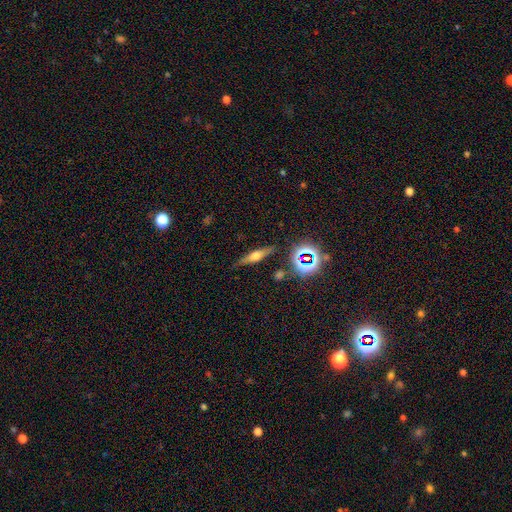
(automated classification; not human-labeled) Smooth or featured: featured or disk — 51% (smooth — 34%)
Edge-on disk: yes — 92% (no — 8%)
Merging: none — 84% (minor disturbance — 11%)